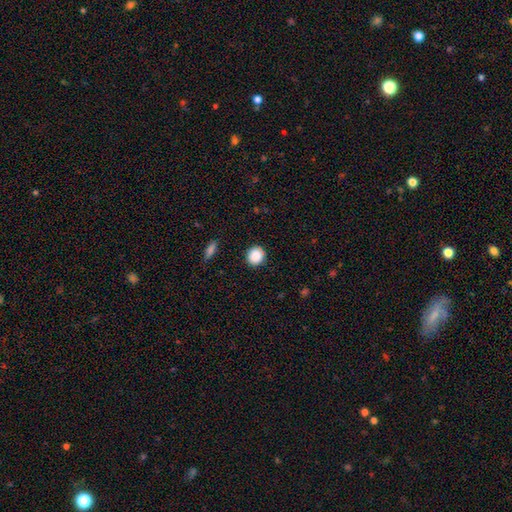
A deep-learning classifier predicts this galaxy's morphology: smooth-or-featured: smooth: 87% | star or artifact: 9% | featured or disk: 4%
  how-rounded: round: 86% | in between: 13% | cigar-shaped: 1%
  merging: none: 90% | minor disturbance: 7% | major disturbance: 2% | merger: 1%